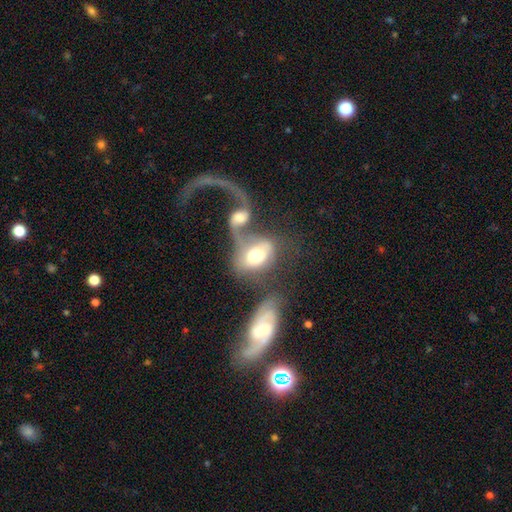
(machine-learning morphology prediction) smooth_or_featured: smooth (p=0.52) [alt: featured or disk p=0.41]
how_rounded: in between (p=0.71) [alt: round p=0.27]
merging: merger (p=0.63) [alt: none p=0.15]